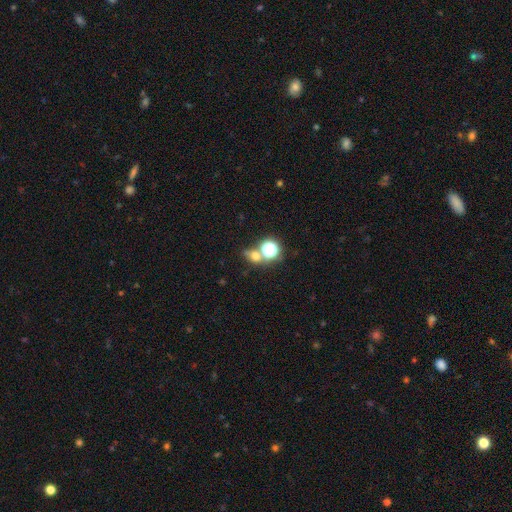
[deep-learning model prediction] This is possibly a smooth galaxy (57%). How rounded: likely round (69%). Merging: possibly none (57%).